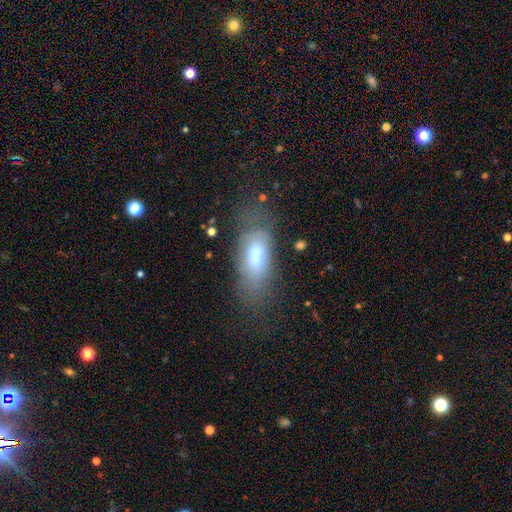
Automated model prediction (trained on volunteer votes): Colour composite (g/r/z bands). It shows a smooth galaxy with no disk features (62%) that is in between round and cigar-shaped (80%). Merging: none (41%).